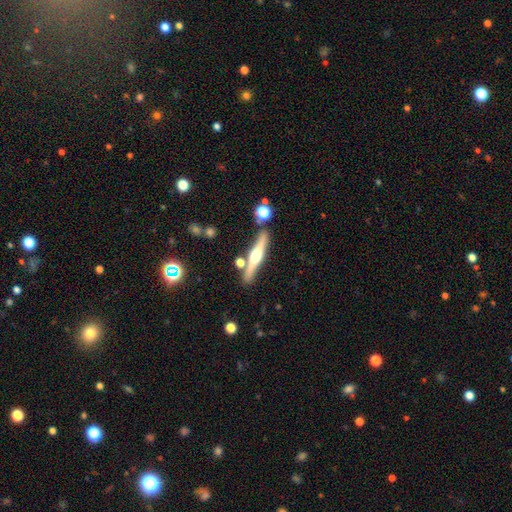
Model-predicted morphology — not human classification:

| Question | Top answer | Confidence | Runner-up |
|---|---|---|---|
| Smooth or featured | featured or disk | 67% | smooth (27%) |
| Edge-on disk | yes | 96% | no (4%) |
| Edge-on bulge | rounded | 93% | boxy (4%) |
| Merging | none | 81% | minor disturbance (9%) |